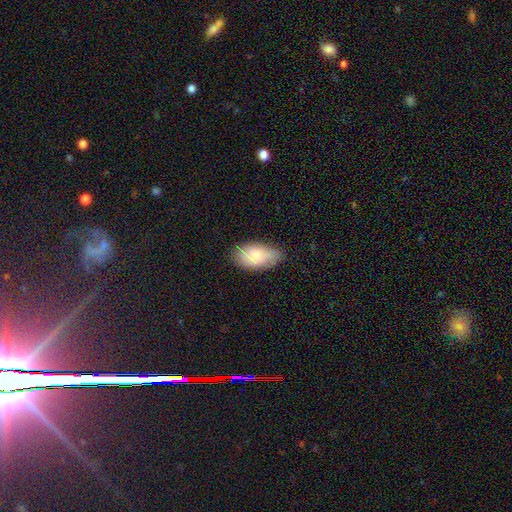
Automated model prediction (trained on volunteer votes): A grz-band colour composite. It shows a smooth galaxy with no disk features (77%) that is in between round and cigar-shaped (94%). Merging: none (79%).